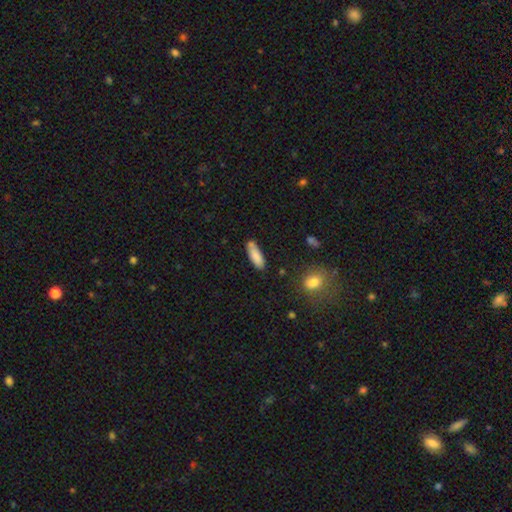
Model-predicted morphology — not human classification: The model was most divided on "how rounded": in between: 56%, cigar-shaped: 42%, round: 2%. More confident: smooth or featured — smooth (85%); merging — none (73%).